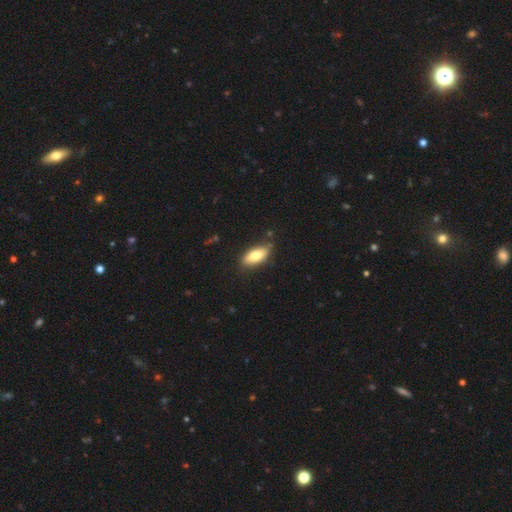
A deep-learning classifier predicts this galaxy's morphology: type=smooth (77%); roundness=in between (84%); merging=none (82%).